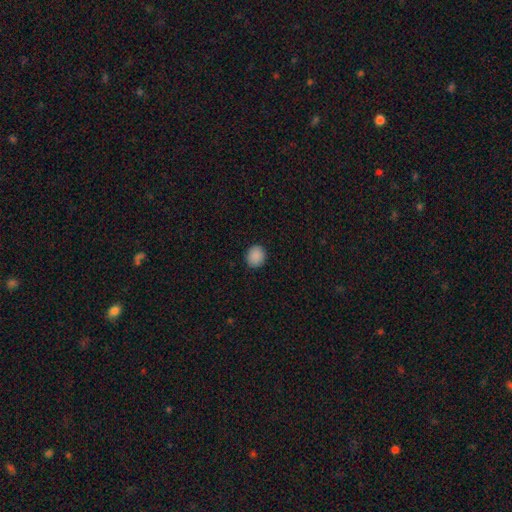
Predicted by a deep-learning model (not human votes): This appears to be a smooth galaxy with no disk features (89%) that is round (80%). Merging: none (90%).